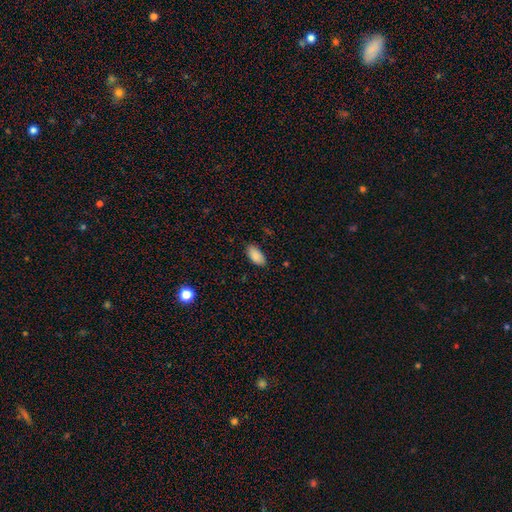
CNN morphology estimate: smooth-or-featured: smooth: 88% | star or artifact: 8% | featured or disk: 4%
  how-rounded: in between: 94% | cigar-shaped: 4% | round: 2%
  merging: none: 83% | minor disturbance: 13% | major disturbance: 2% | merger: 1%